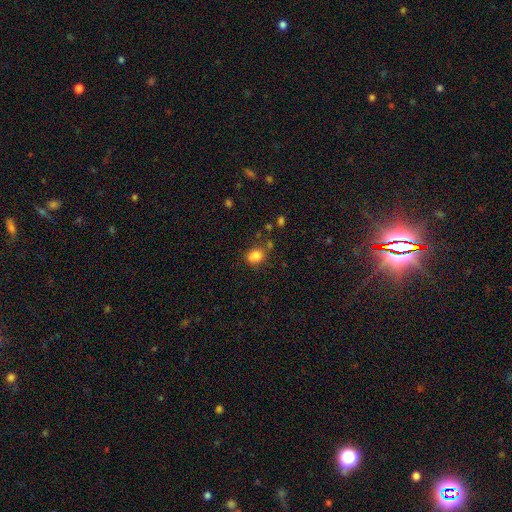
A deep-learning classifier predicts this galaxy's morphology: This is clearly a smooth galaxy (82%). How rounded: possibly round (52%). Merging: likely none (67%).